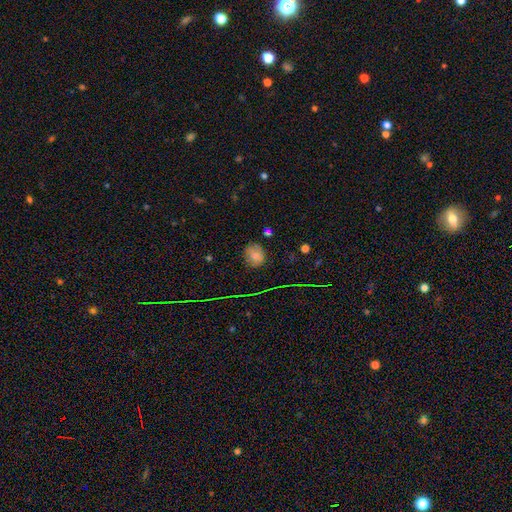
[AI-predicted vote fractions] This is likely a smooth galaxy (72%). How rounded: likely round (64%). Merging: likely none (73%).